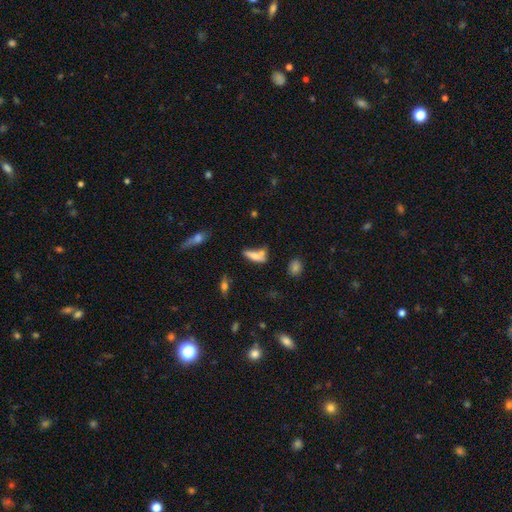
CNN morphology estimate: The model was most divided on "merging": none: 38%, merger: 32%, minor disturbance: 18%, major disturbance: 12%. More confident: smooth or featured — smooth (63%); how rounded — in between (52%).